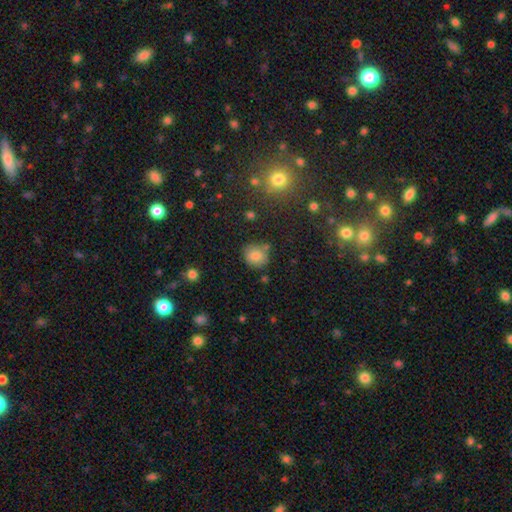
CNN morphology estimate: This appears to be a smooth galaxy with no disk features (79%) that is round (81%). Merging: none (72%).